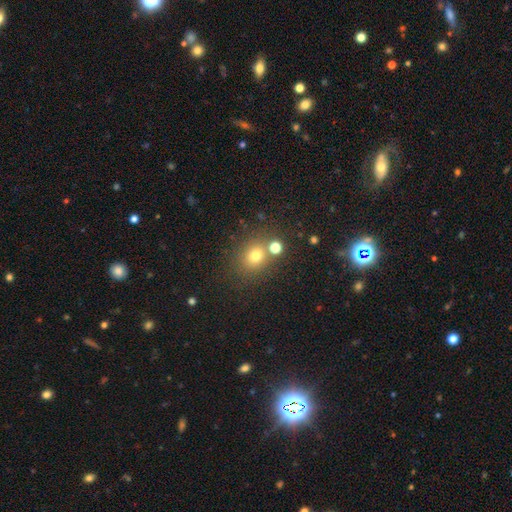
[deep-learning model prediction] This appears to be a smooth galaxy with no disk features (73%) that is round (73%). Merging: none (69%).